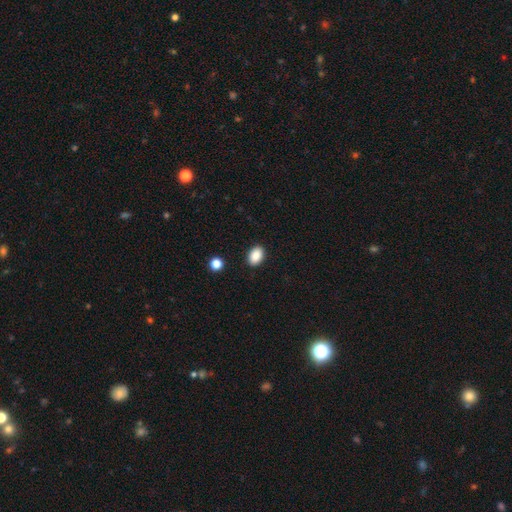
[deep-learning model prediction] Overall: smooth (89%). How rounded: in between (86%). Merging: none (89%).